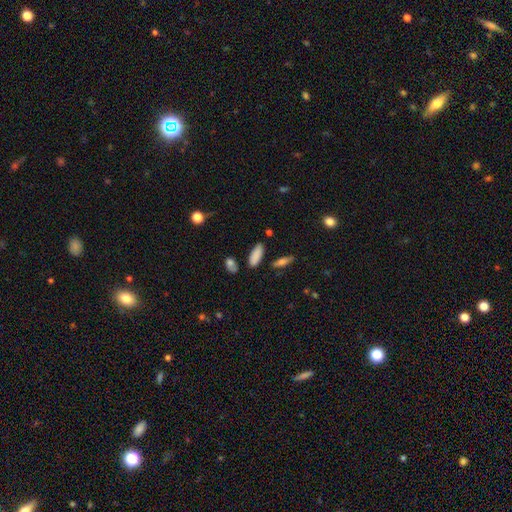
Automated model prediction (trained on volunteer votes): The model was most divided on "how rounded": in between: 66%, cigar-shaped: 31%, round: 4%. More confident: smooth or featured — smooth (84%); merging — none (81%).